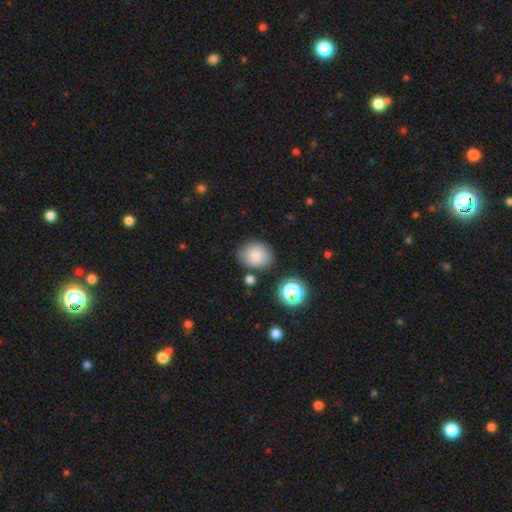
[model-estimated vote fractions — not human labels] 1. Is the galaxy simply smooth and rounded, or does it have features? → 81% smooth, 11% star or artifact, 8% featured or disk.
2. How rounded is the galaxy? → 55% round, 44% in between, 1% cigar-shaped.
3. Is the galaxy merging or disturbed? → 78% none, 13% minor disturbance, 5% merger, 3% major disturbance.